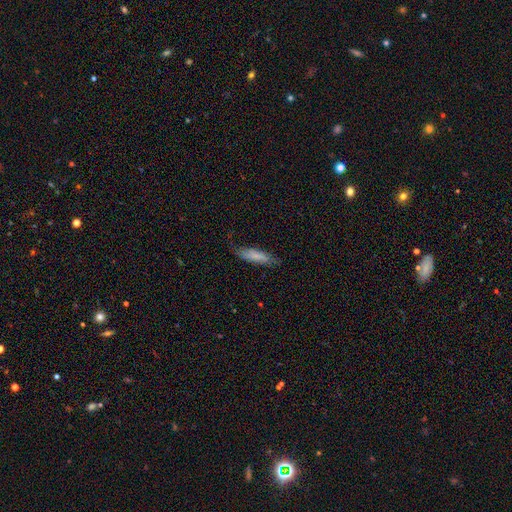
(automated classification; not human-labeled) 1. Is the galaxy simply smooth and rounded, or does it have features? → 73% smooth, 21% featured or disk, 6% star or artifact.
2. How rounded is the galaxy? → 65% cigar-shaped, 33% in between, 2% round.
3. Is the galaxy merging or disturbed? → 65% none, 25% minor disturbance, 8% major disturbance, 2% merger.